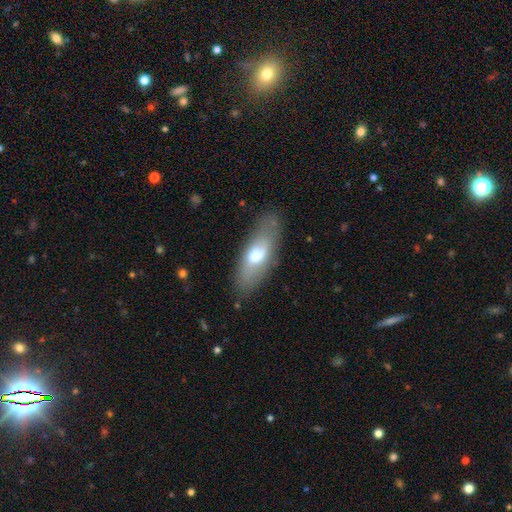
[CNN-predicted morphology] smooth_or_featured: smooth (p=0.59) [alt: featured or disk p=0.34]
how_rounded: in between (p=0.72) [alt: cigar-shaped p=0.26]
merging: none (p=0.77) [alt: minor disturbance p=0.16]